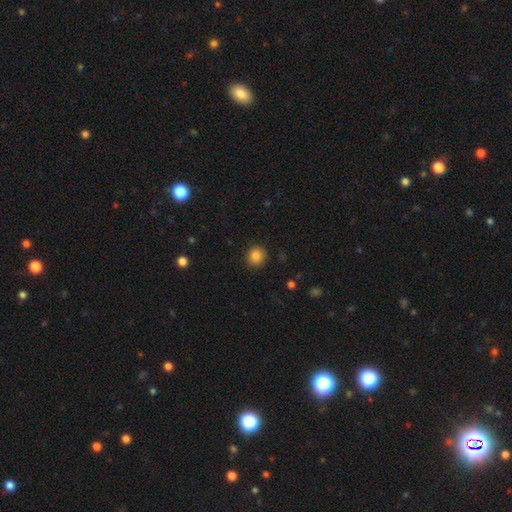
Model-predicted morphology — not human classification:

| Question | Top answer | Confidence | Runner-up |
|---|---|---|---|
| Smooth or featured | smooth | 83% | star or artifact (11%) |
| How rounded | round | 87% | in between (12%) |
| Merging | none | 88% | minor disturbance (9%) |